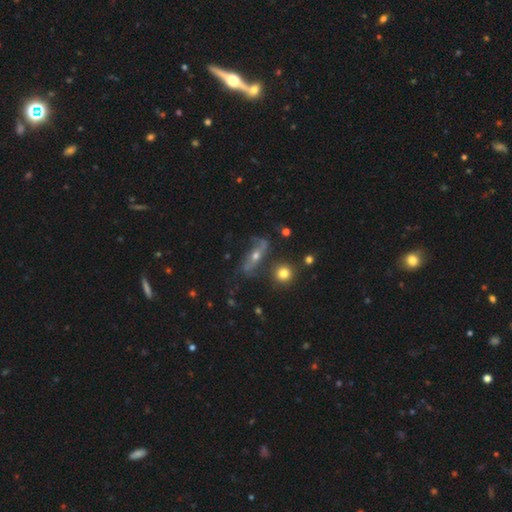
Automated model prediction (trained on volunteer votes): smooth-or-featured: featured or disk: 62% | smooth: 25% | star or artifact: 13%
  disk-edge-on: no: 61% | yes: 39%
  merging: none: 56% | minor disturbance: 21% | major disturbance: 16% | merger: 7%